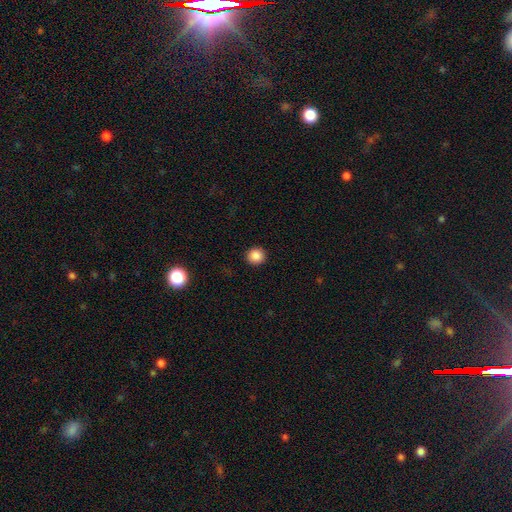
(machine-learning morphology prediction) The model was most divided on "smooth or featured": smooth: 87%, star or artifact: 10%, featured or disk: 3%. More confident: how rounded — round (93%); merging — none (93%).